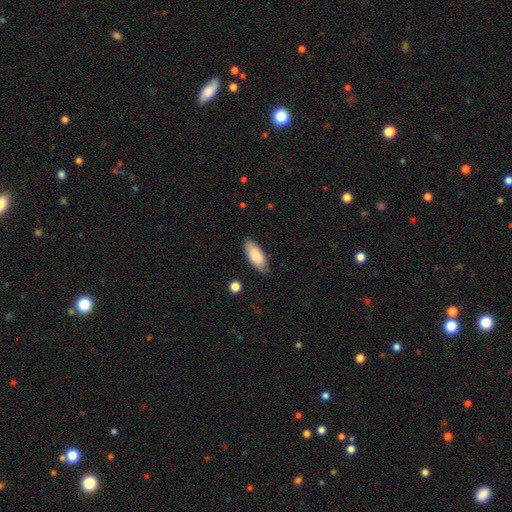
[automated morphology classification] Overall: smooth (84%). How rounded: in between (83%). Merging: none (80%).